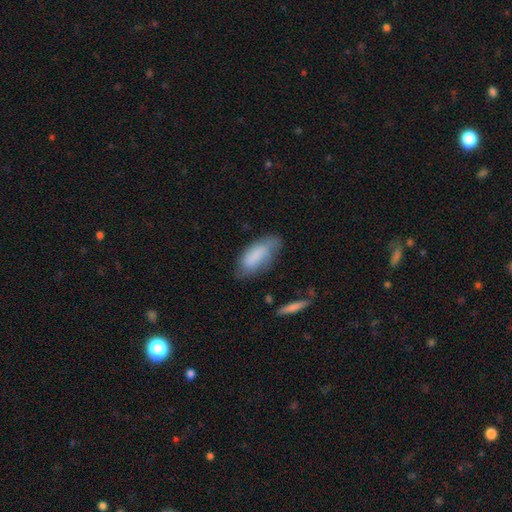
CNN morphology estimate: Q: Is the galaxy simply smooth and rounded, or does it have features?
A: smooth — 75%.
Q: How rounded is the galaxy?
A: in between — 85%.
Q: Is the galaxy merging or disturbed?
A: none — 52%.